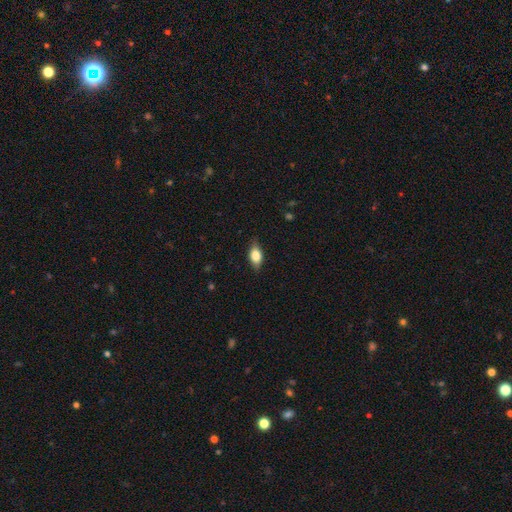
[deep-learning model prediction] This is likely a smooth galaxy (75%). How rounded: clearly in between (85%). Merging: clearly none (82%).